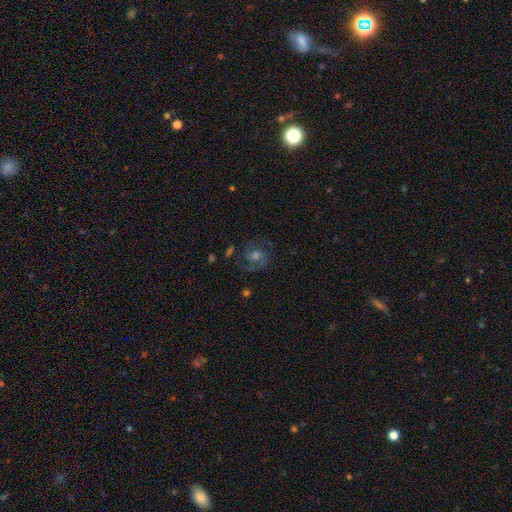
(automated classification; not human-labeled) A featured or disk galaxy (67%) with no bar (59%), 2 (79%) medium (52%) spiral arms (92%) and a moderate central bulge (52%).

Vote fractions:
- Smooth or featured? featured or disk: 67% / smooth: 17% / star or artifact: 16%
- Edge-on disk? no: 98% / yes: 2%
- Bar? no: 59% / weak: 34% / strong: 7%
- Spiral arms? yes: 92% / no: 8%
- Spiral winding? medium: 52% / tight: 30% / loose: 18%
- Spiral arm count? 2: 79% / can't tell: 9% / 1: 5% / 3: 4% / 4: 2% / more than 4: 2%
- Bulge size? moderate: 52% / small: 23% / large: 17% / none: 6% / dominant: 2%
- Merging? none: 72% / minor disturbance: 15% / major disturbance: 11% / merger: 2%